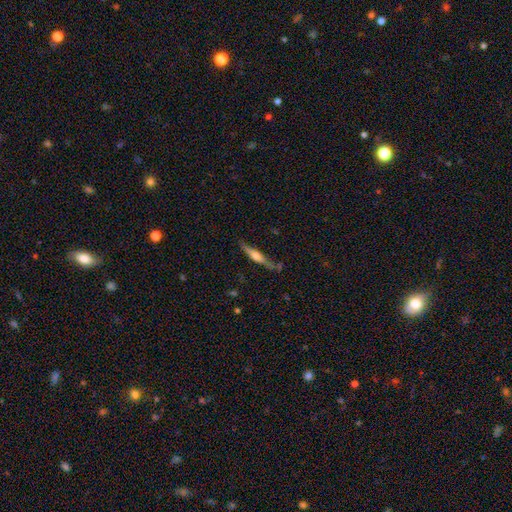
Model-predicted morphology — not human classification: Smooth or featured? featured or disk (61%)
Edge-on disk? yes (95%)
Edge-on bulge? rounded (81%)
Merging? none (73%)